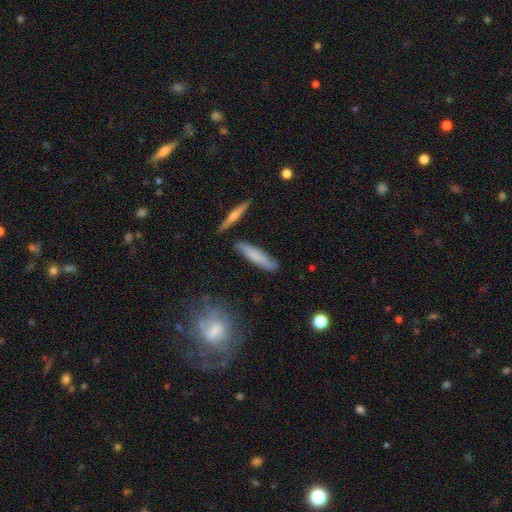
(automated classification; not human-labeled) Smooth or featured: smooth — 68% (featured or disk — 25%)
How rounded: cigar-shaped — 85% (in between — 13%)
Merging: none — 82% (minor disturbance — 12%)